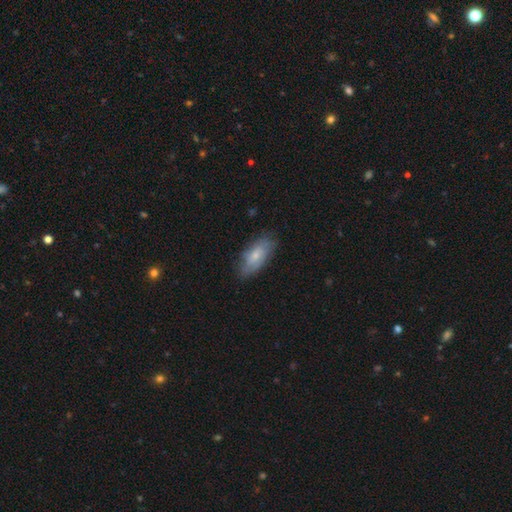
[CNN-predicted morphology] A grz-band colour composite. It shows a smooth galaxy with no disk features (61%) that is in between round and cigar-shaped (86%). Merging: none (74%).